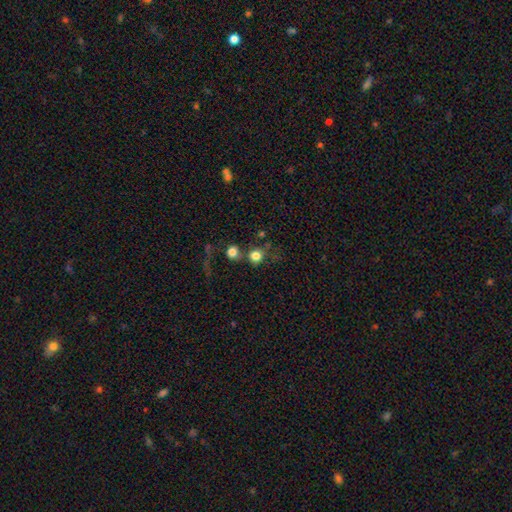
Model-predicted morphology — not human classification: A smooth galaxy with no disk features (79%) that is round (87%).

Vote fractions:
- Smooth or featured? smooth: 79% / star or artifact: 12% / featured or disk: 9%
- How rounded? round: 87% / in between: 12% / cigar-shaped: 1%
- Merging? none: 51% / merger: 33% / minor disturbance: 9% / major disturbance: 7%